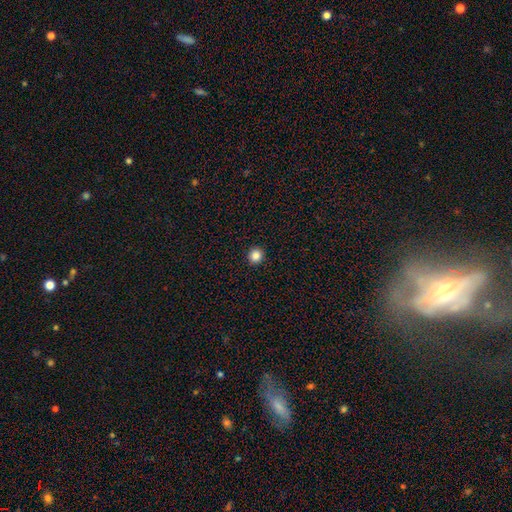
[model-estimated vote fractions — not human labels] This appears to be a smooth galaxy with no disk features (85%) that is round (94%). Merging: none (94%).